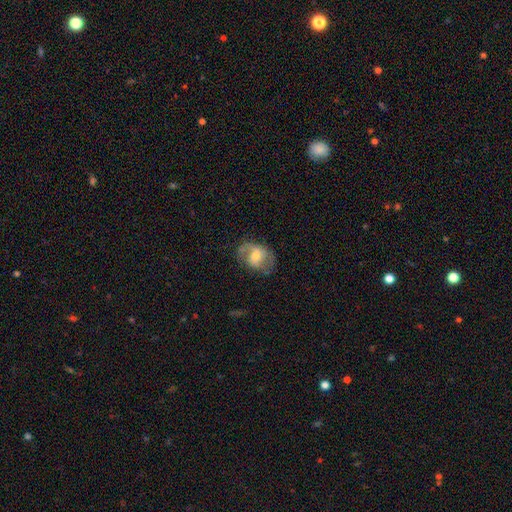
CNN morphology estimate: featured or disk 61%, smooth 32%, star or artifact 7%. Down the decision tree: edge-on disk — no (96%); bar — weak (45%); spiral arms — yes (82%); bulge size — moderate (54%); merging — none (62%).